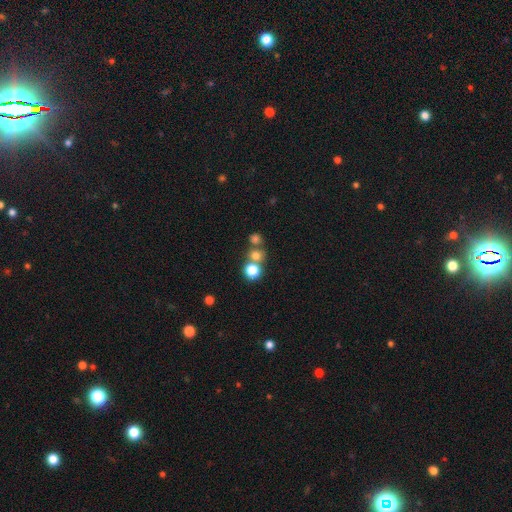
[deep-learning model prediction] Q: Smooth or featured?
A: smooth (72%); runner-up: star or artifact (19%)
Q: How rounded?
A: round (86%); runner-up: in between (13%)
Q: Merging?
A: none (57%); runner-up: merger (32%)